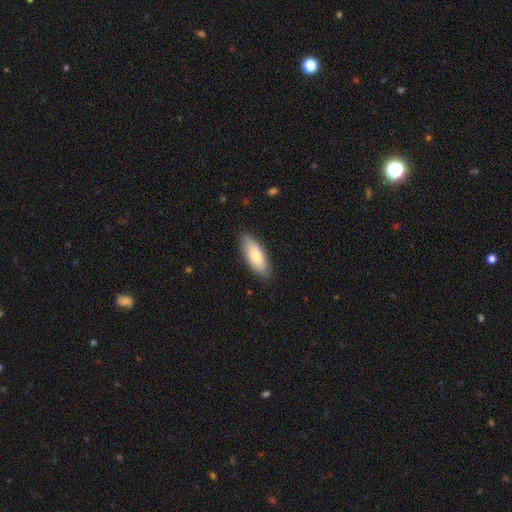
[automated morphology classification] smooth-or-featured: smooth: 78% | featured or disk: 16% | star or artifact: 6%
  how-rounded: in between: 74% | cigar-shaped: 24% | round: 2%
  merging: none: 84% | minor disturbance: 12% | major disturbance: 2% | merger: 1%